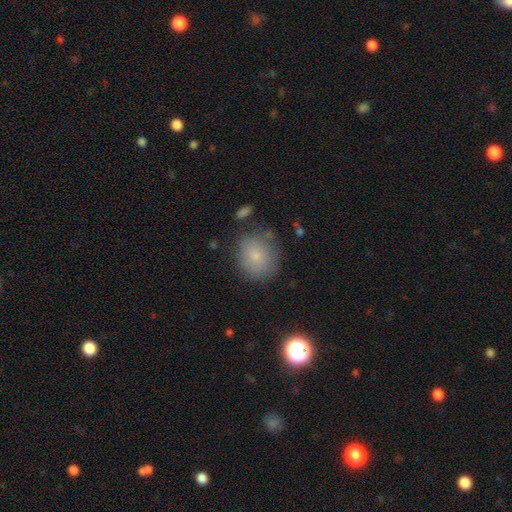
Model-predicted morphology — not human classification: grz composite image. It shows a smooth galaxy with no disk features (78%) that is round (71%). Merging: none (74%).